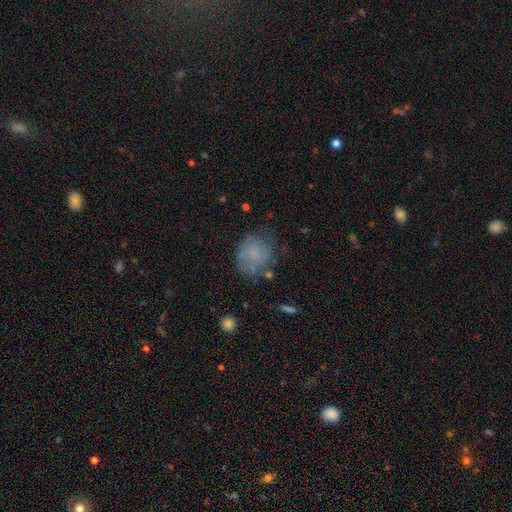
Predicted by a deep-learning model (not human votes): smooth 69%, featured or disk 20%, star or artifact 11%. Down the decision tree: how rounded — round (72%); merging — none (58%).